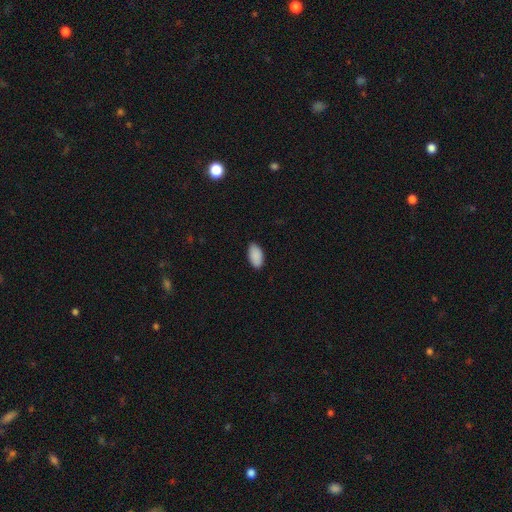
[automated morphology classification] smooth 90%, star or artifact 6%, featured or disk 3%. Down the decision tree: how rounded — in between (95%); merging — none (87%).